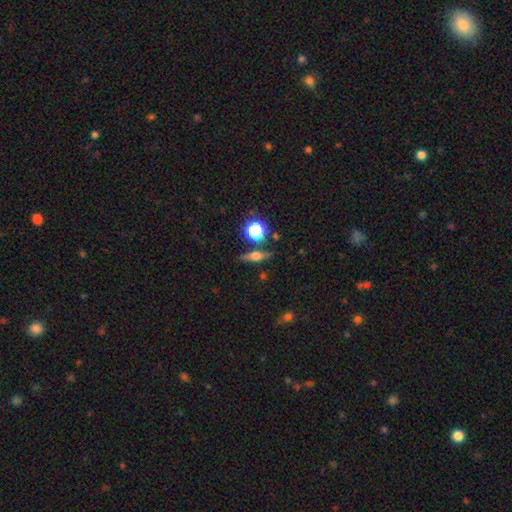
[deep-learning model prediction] A featured or disk galaxy (55%) viewed edge-on (93%) with a rounded central bulge (92%). Merging: none (82%).